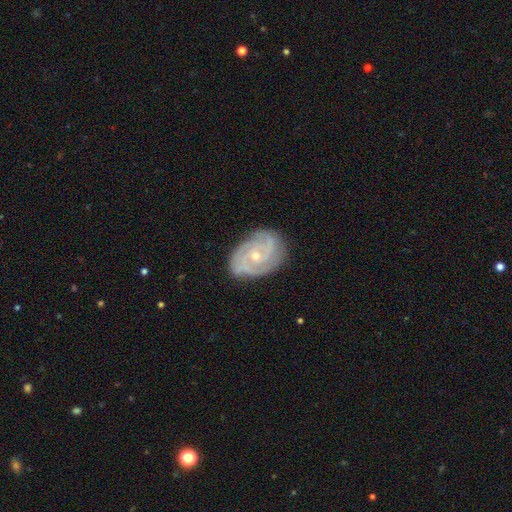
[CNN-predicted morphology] Overall: featured or disk (86%). Edge-on disk: no (97%). Bar: no (73%). Spiral arms: yes (97%). Spiral arm count: 3 (39%; 2 23%). Spiral winding: tight (64%; medium 31%). Bulge size: small (65%; moderate 33%). Merging: none (78%).